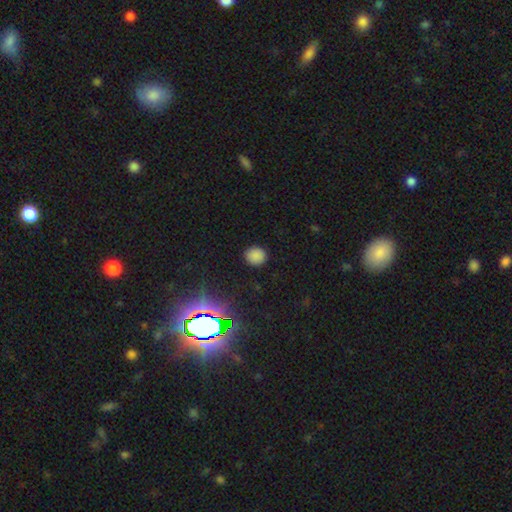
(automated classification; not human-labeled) Smooth or featured? Predicted: smooth (p=0.81). How rounded? Predicted: round (p=0.82). Merging? Predicted: none (p=0.88).